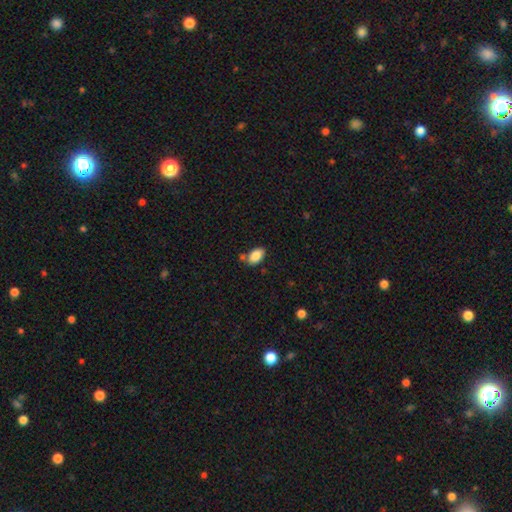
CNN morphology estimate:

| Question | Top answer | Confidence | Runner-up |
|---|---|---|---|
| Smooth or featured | smooth | 87% | star or artifact (7%) |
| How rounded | in between | 93% | round (5%) |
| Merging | none | 69% | minor disturbance (15%) |